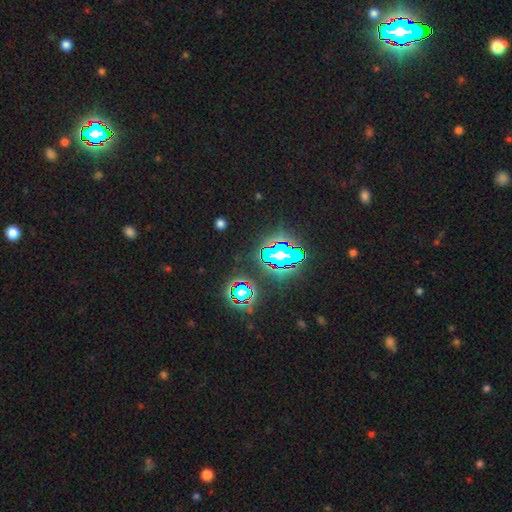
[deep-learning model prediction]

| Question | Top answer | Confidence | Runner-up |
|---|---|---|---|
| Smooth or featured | star or artifact | 83% | smooth (11%) |